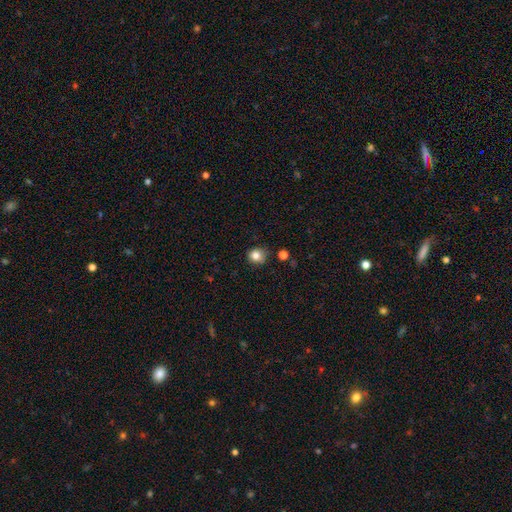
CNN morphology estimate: The model was most divided on "how rounded": round: 80%, in between: 19%, cigar-shaped: 1%. More confident: smooth or featured — smooth (82%); merging — none (79%).